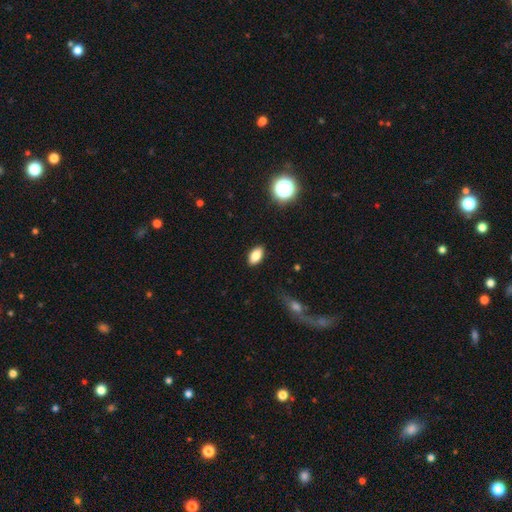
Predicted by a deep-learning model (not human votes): Smooth or featured?
  - smooth: 81% *
  - featured or disk: 10%
  - star or artifact: 9%
How rounded?
  - in between: 91% *
  - round: 5%
  - cigar-shaped: 4%
Merging?
  - none: 88% *
  - minor disturbance: 9%
  - major disturbance: 2%
  - merger: 1%